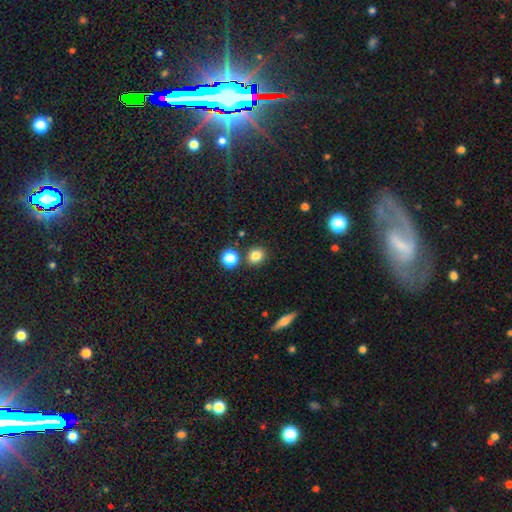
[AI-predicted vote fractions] smooth 82%, star or artifact 12%, featured or disk 6%. Down the decision tree: how rounded — round (78%); merging — none (83%).